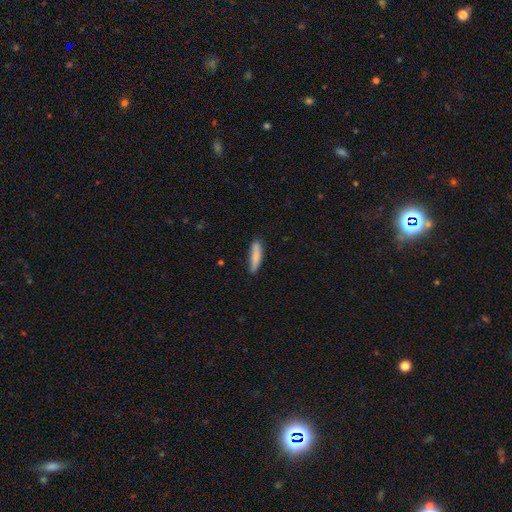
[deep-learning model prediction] Q: Smooth or featured?
A: smooth (84%); runner-up: featured or disk (10%)
Q: How rounded?
A: cigar-shaped (81%); runner-up: in between (17%)
Q: Merging?
A: none (79%); runner-up: minor disturbance (16%)